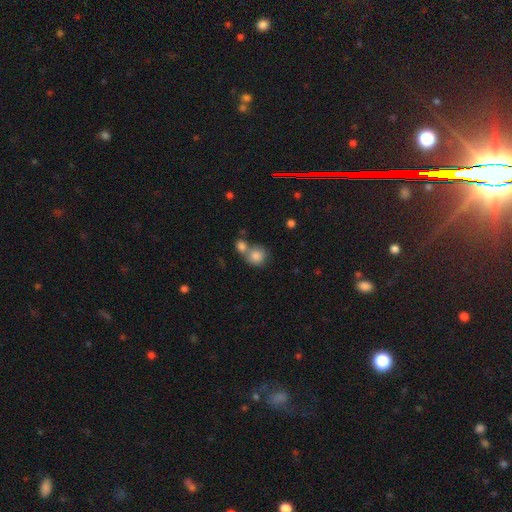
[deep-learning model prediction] Smooth or featured?
  - smooth: 83% *
  - star or artifact: 9%
  - featured or disk: 7%
How rounded?
  - round: 85% *
  - in between: 14%
  - cigar-shaped: 1%
Merging?
  - merger: 45% *
  - none: 43%
  - minor disturbance: 8%
  - major disturbance: 4%